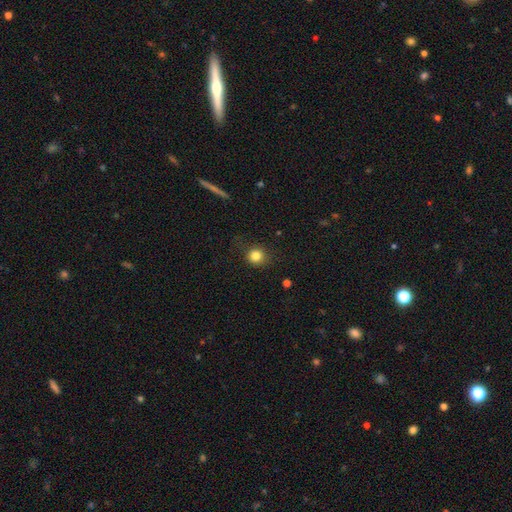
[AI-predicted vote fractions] Smooth or featured? smooth (83%)
How rounded? round (89%)
Merging? none (84%)